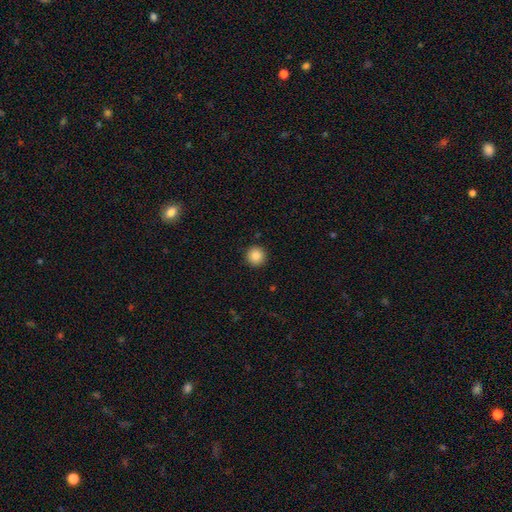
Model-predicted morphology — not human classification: The model was most divided on "smooth or featured": smooth: 86%, star or artifact: 9%, featured or disk: 5%. More confident: how rounded — round (96%); merging — none (93%).